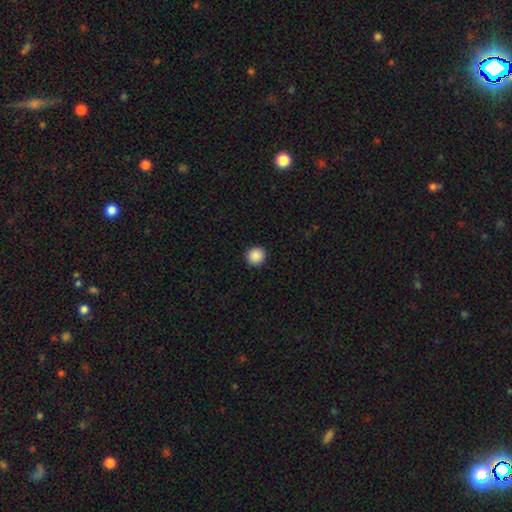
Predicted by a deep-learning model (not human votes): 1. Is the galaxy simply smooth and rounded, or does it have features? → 89% smooth, 9% star or artifact, 2% featured or disk.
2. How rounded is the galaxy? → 95% round, 4% in between, 1% cigar-shaped.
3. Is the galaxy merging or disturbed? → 93% none, 4% minor disturbance, 1% major disturbance, 1% merger.